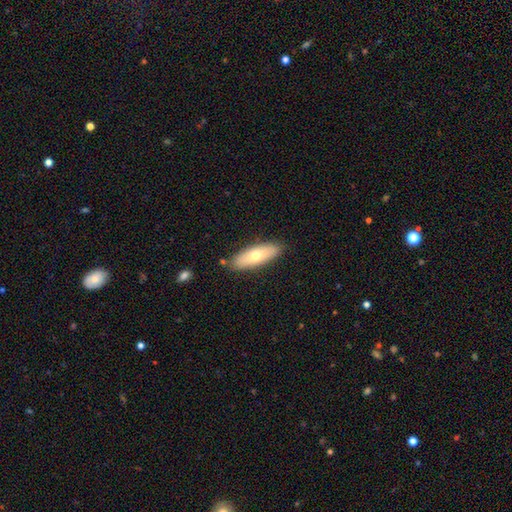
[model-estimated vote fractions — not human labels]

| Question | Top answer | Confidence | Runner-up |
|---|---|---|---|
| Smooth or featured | smooth | 65% | featured or disk (29%) |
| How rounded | in between | 56% | cigar-shaped (42%) |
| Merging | none | 85% | minor disturbance (11%) |